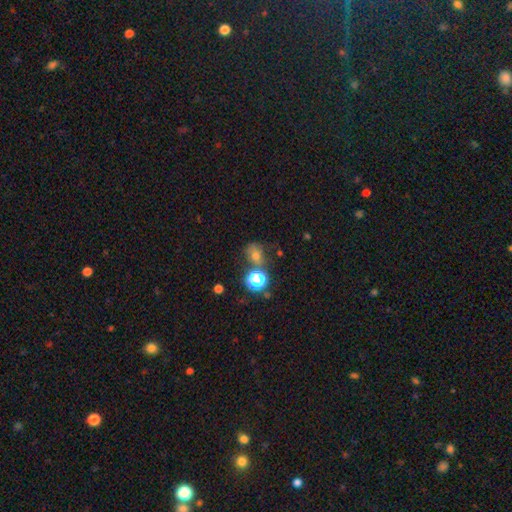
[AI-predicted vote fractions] smooth_or_featured: smooth (p=0.59) [alt: star or artifact p=0.26]
how_rounded: round (p=0.69) [alt: in between p=0.30]
merging: none (p=0.55) [alt: minor disturbance p=0.18]